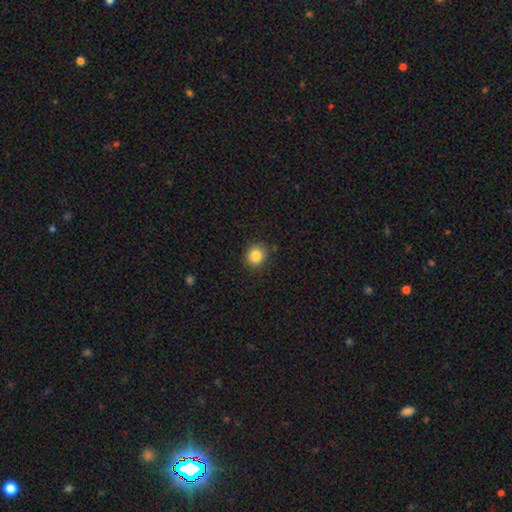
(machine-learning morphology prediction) type=smooth (84%); roundness=round (83%); merging=none (88%).